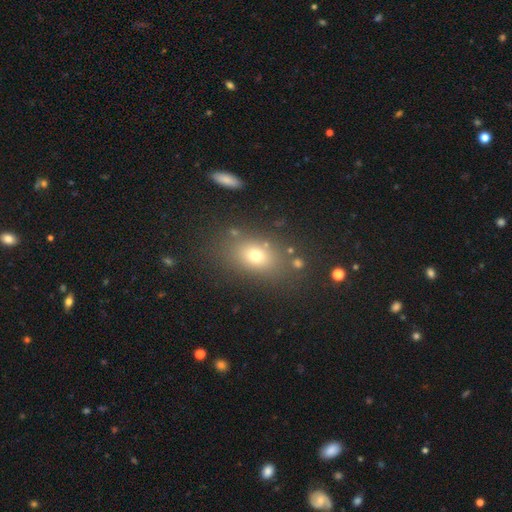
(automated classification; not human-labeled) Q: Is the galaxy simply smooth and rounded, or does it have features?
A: smooth — 71%.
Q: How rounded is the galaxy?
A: in between — 71%.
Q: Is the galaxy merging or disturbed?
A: none — 78%.